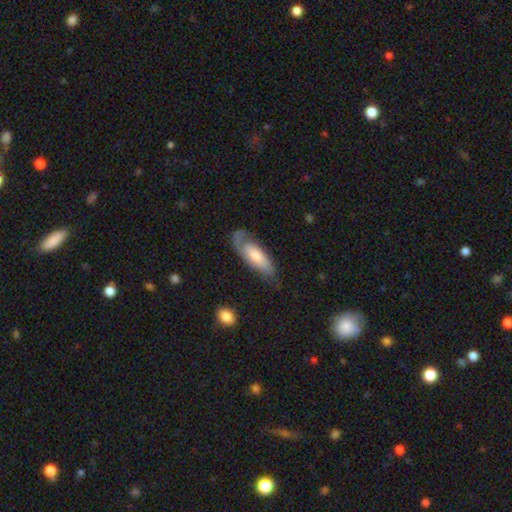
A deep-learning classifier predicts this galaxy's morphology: Smooth or featured?
  - smooth: 49% *
  - featured or disk: 45%
  - star or artifact: 5%
Merging?
  - none: 52% *
  - minor disturbance: 27%
  - major disturbance: 18%
  - merger: 2%